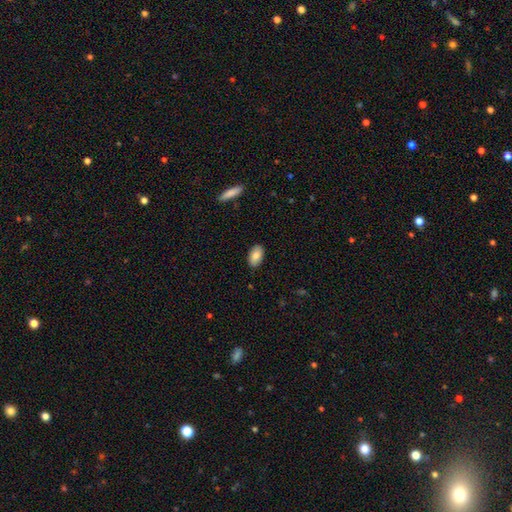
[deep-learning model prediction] Morphology: type=smooth (83%); roundness=in between (94%); merging=none (88%).